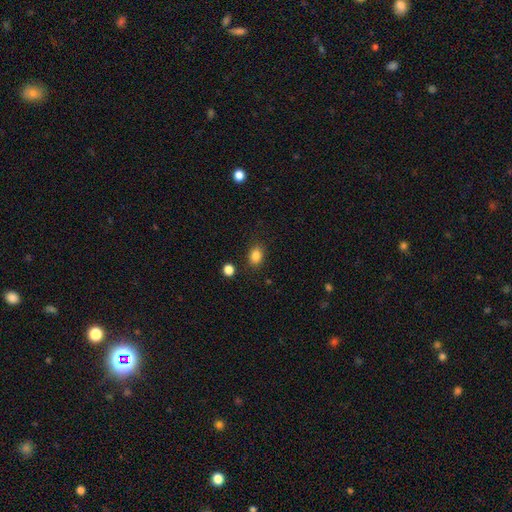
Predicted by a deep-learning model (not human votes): A smooth galaxy with no disk features (85%) that is in between round and cigar-shaped (66%).

Vote fractions:
- Smooth or featured? smooth: 85% / star or artifact: 10% / featured or disk: 5%
- How rounded? in between: 66% / round: 33% / cigar-shaped: 1%
- Merging? none: 83% / minor disturbance: 11% / merger: 3% / major disturbance: 3%